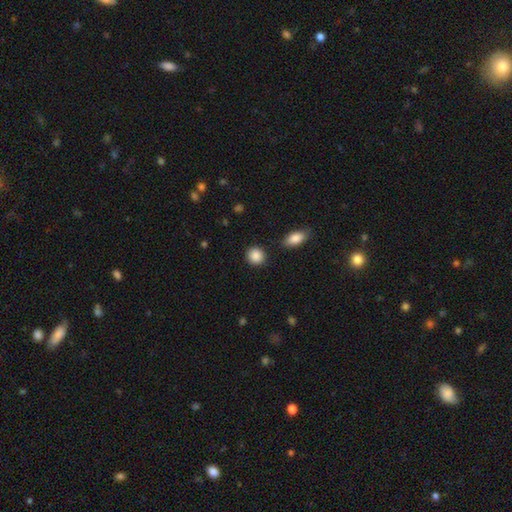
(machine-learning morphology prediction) smooth-or-featured: smooth: 89% | star or artifact: 7% | featured or disk: 3%
  how-rounded: round: 85% | in between: 14% | cigar-shaped: 1%
  merging: none: 87% | minor disturbance: 8% | merger: 3% | major disturbance: 3%